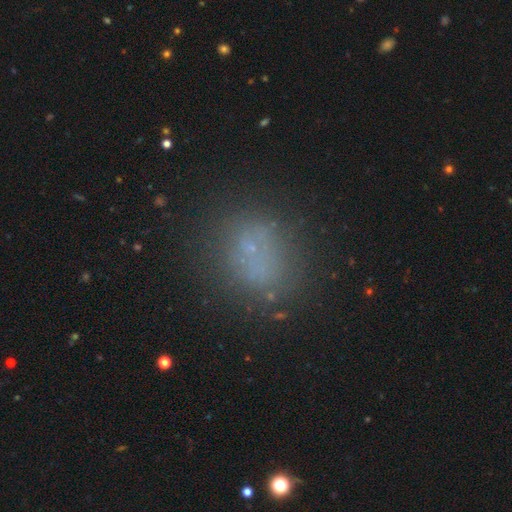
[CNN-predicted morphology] Smooth or featured? smooth (60%)
How rounded? round (70%)
Merging? none (75%)